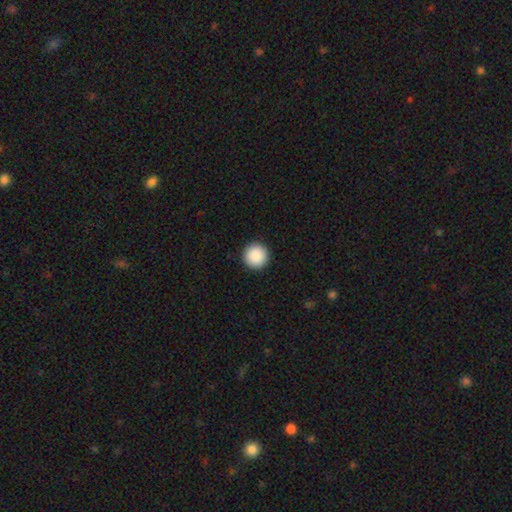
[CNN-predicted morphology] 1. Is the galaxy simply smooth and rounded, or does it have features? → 90% smooth, 8% star or artifact, 2% featured or disk.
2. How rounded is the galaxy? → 96% round, 3% in between, 1% cigar-shaped.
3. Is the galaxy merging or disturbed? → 94% none, 4% minor disturbance, 1% major disturbance, 1% merger.